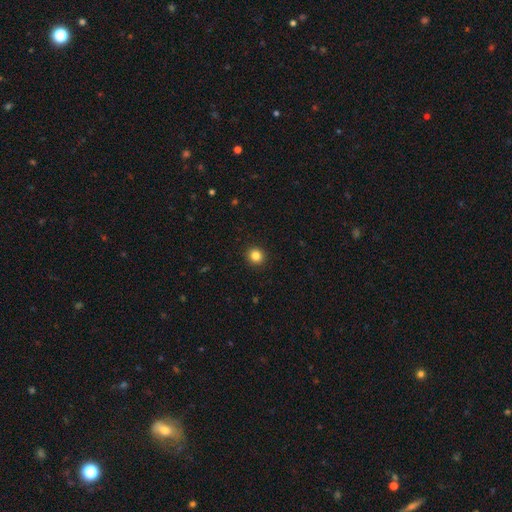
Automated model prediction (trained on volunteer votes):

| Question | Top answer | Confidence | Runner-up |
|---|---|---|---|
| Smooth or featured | smooth | 84% | star or artifact (11%) |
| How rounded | round | 90% | in between (9%) |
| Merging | none | 93% | minor disturbance (5%) |